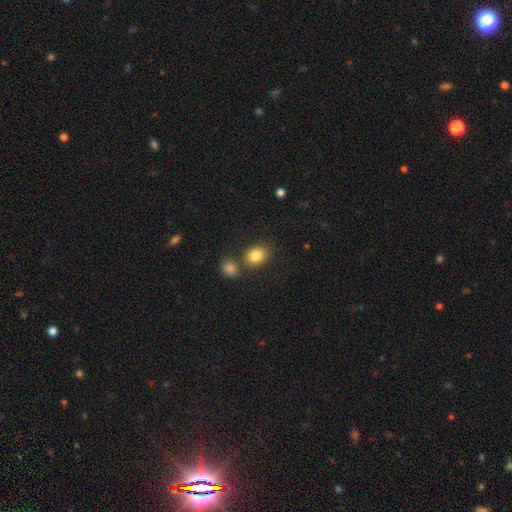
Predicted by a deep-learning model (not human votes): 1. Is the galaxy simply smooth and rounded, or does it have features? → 83% smooth, 10% star or artifact, 7% featured or disk.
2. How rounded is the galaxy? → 50% in between, 49% round, 1% cigar-shaped.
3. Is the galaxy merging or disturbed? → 66% none, 19% merger, 12% minor disturbance, 4% major disturbance.